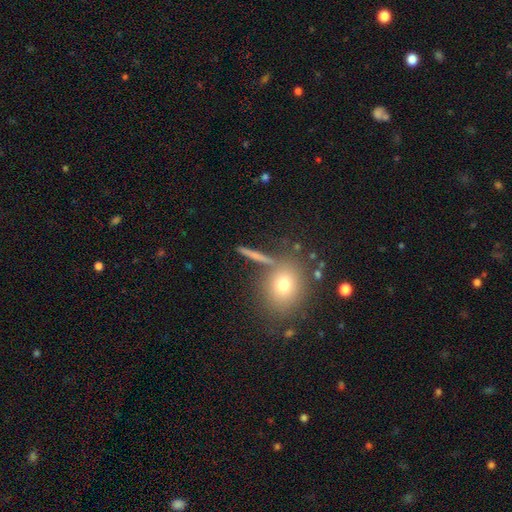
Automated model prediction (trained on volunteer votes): Overall: smooth (53%; featured or disk 32%). How rounded: cigar-shaped (58%; round 26%). Merging: none (81%).